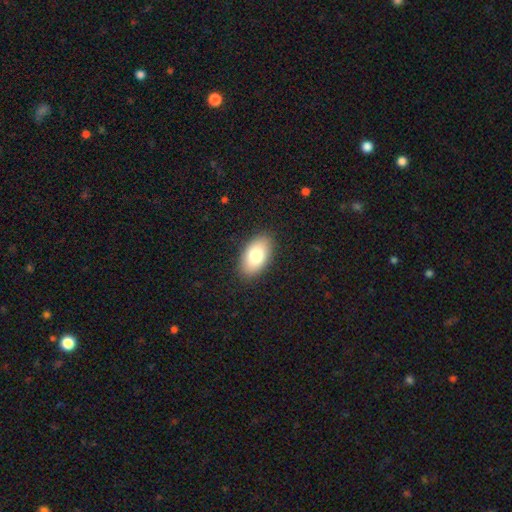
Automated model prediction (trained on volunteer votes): A smooth galaxy with no disk features (78%) that is in between round and cigar-shaped (94%).

Vote fractions:
- Smooth or featured? smooth: 78% / featured or disk: 14% / star or artifact: 7%
- How rounded? in between: 94% / round: 4% / cigar-shaped: 2%
- Merging? none: 88% / minor disturbance: 9% / major disturbance: 2% / merger: 1%